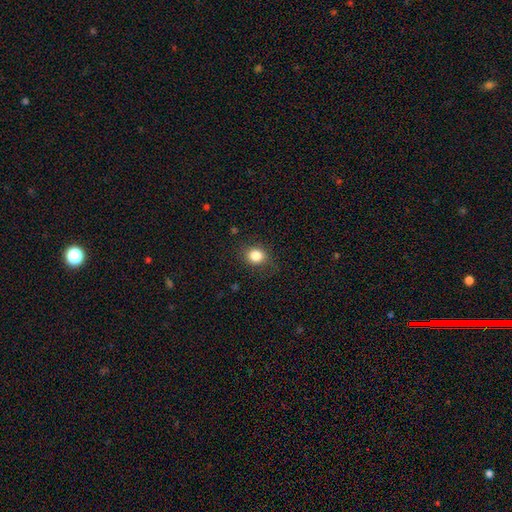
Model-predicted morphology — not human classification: A smooth galaxy with no disk features (84%) that is round (72%).

Vote fractions:
- Smooth or featured? smooth: 84% / star or artifact: 10% / featured or disk: 6%
- How rounded? round: 72% / in between: 28% / cigar-shaped: 1%
- Merging? none: 84% / minor disturbance: 11% / major disturbance: 4% / merger: 1%